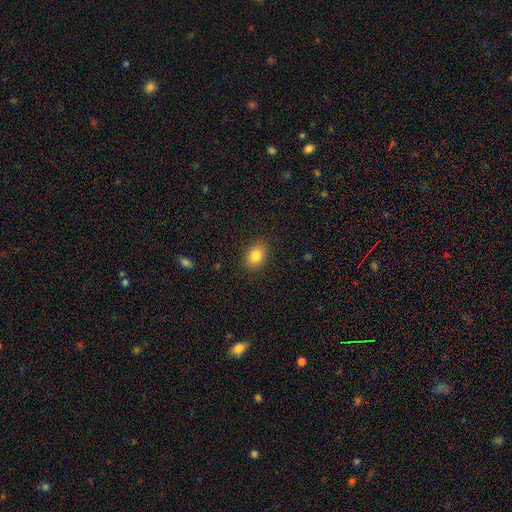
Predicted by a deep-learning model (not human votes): smooth_or_featured: smooth (p=0.85) [alt: star or artifact p=0.09]
how_rounded: in between (p=0.73) [alt: round p=0.26]
merging: none (p=0.88) [alt: minor disturbance p=0.09]